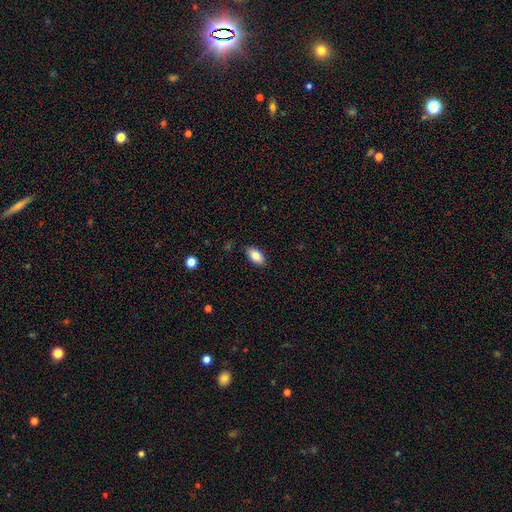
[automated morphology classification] smooth-or-featured: smooth: 86% | star or artifact: 7% | featured or disk: 7%
  how-rounded: in between: 92% | cigar-shaped: 4% | round: 4%
  merging: none: 86% | minor disturbance: 10% | major disturbance: 2% | merger: 1%